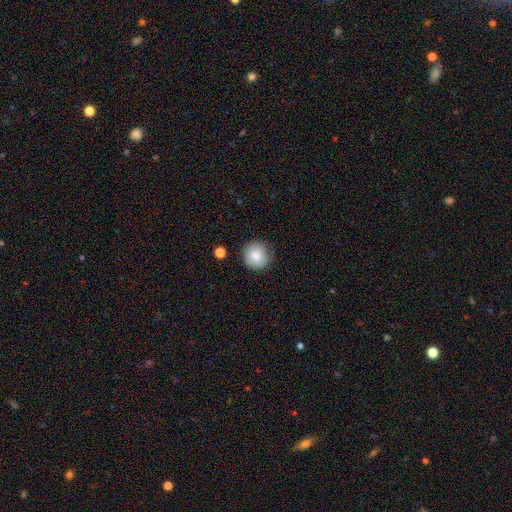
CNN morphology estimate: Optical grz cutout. It shows a smooth galaxy with no disk features (79%) that is round (94%). Merging: none (82%).